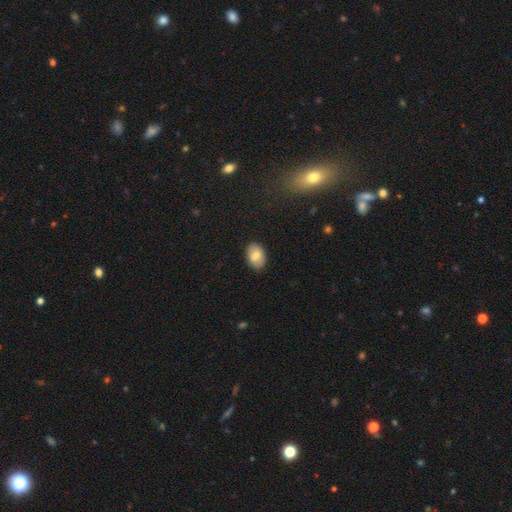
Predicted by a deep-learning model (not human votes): A smooth galaxy with no disk features (77%) that is in between round and cigar-shaped (85%). Merging: none (87%).